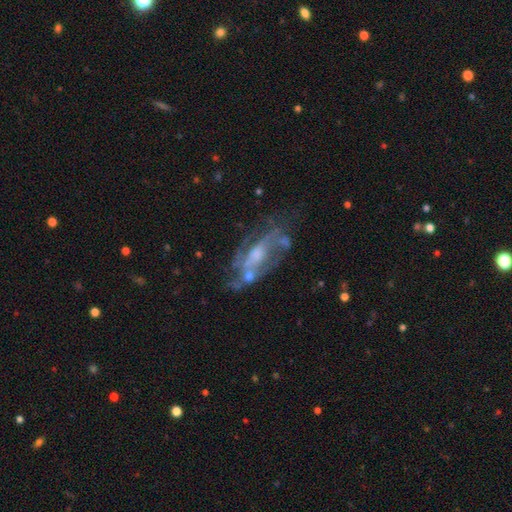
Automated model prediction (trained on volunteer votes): A featured or disk galaxy (78%) with no bar (52%), 2 (42%) medium (44%) spiral arms (74%) and a moderate central bulge (45%).

Vote fractions:
- Smooth or featured? featured or disk: 78% / smooth: 13% / star or artifact: 9%
- Edge-on disk? no: 90% / yes: 10%
- Bar? no: 52% / weak: 36% / strong: 12%
- Spiral arms? yes: 74% / no: 26%
- Spiral winding? medium: 44% / loose: 30% / tight: 26%
- Spiral arm count? 2: 42% / can't tell: 33% / 3: 13% / 1: 5% / 4: 4% / more than 4: 3%
- Bulge size? moderate: 45% / small: 35% / none: 13% / large: 7% / dominant: 1%
- Merging? none: 50% / major disturbance: 20% / minor disturbance: 20% / merger: 9%